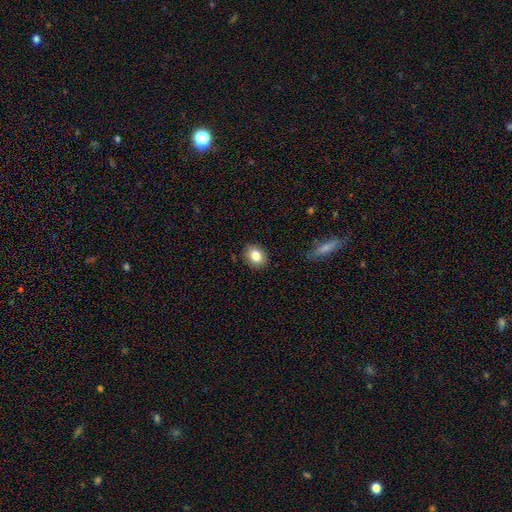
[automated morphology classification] This appears to be a smooth galaxy with no disk features (83%) that is in between round and cigar-shaped (55%). Merging: none (88%).